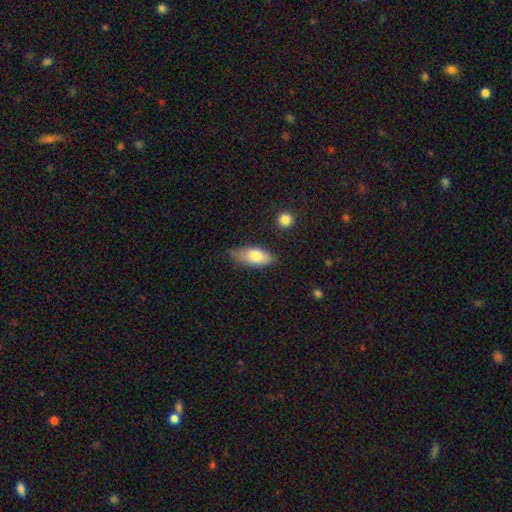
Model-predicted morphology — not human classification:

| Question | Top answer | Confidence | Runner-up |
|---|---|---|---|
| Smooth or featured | smooth | 76% | featured or disk (18%) |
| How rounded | in between | 83% | cigar-shaped (14%) |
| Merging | none | 71% | minor disturbance (22%) |